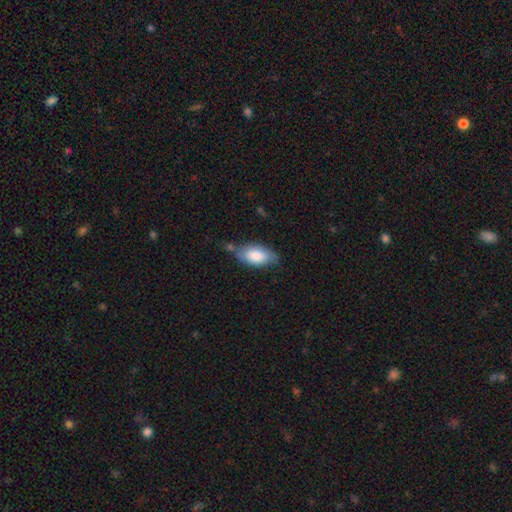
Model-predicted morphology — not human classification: A smooth galaxy with no disk features (79%) that is in between round and cigar-shaped (92%). Merging: none (57%).